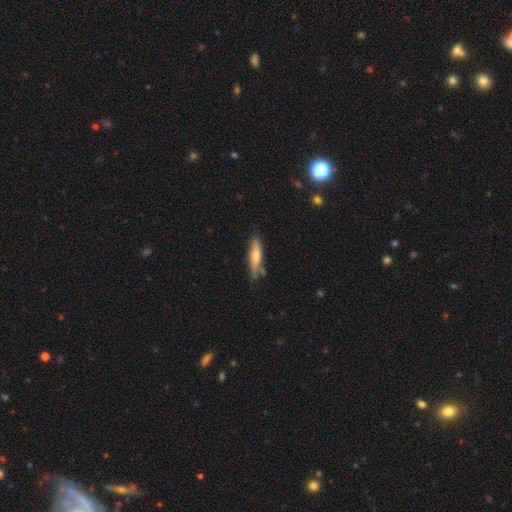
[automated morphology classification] A smooth galaxy with no disk features (49%). Merging: none (81%).